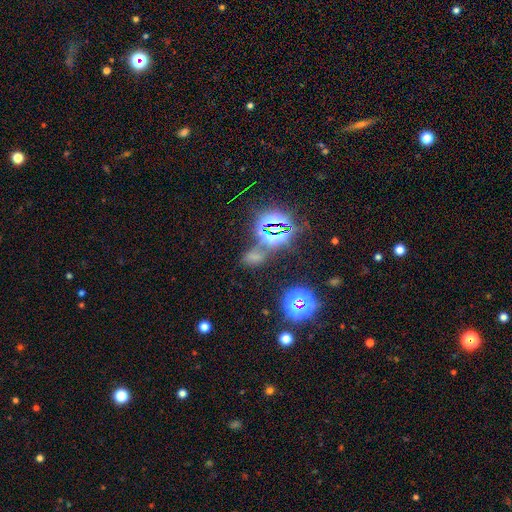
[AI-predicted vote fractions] Smooth or featured? Predicted: star or artifact (p=0.61).